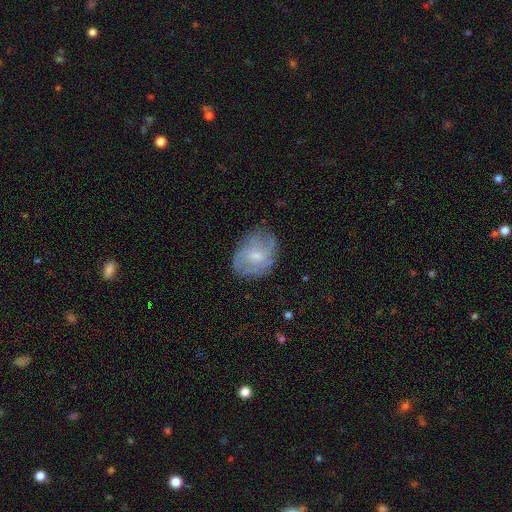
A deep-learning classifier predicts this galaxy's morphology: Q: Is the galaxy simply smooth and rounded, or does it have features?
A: featured or disk — 56%.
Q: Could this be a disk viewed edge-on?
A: no — 97%.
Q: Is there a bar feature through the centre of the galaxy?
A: no — 47%.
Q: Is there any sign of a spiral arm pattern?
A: yes — 72%.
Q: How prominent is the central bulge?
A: small — 57%.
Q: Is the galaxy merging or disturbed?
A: none — 67%.